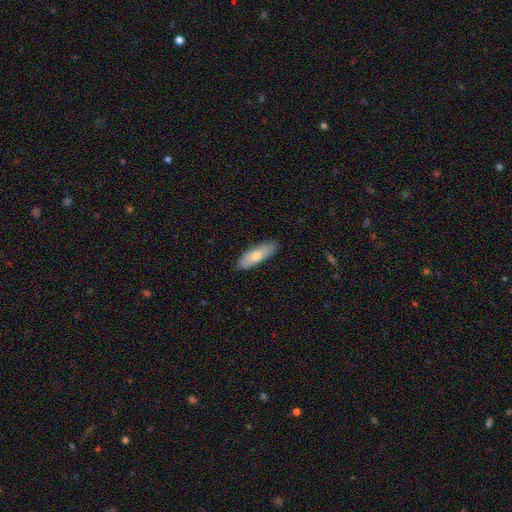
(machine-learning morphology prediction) A smooth galaxy with no disk features (74%) that is in between round and cigar-shaped (58%).

Vote fractions:
- Smooth or featured? smooth: 74% / featured or disk: 20% / star or artifact: 6%
- How rounded? in between: 58% / cigar-shaped: 40% / round: 2%
- Merging? none: 84% / minor disturbance: 13% / major disturbance: 2% / merger: 1%